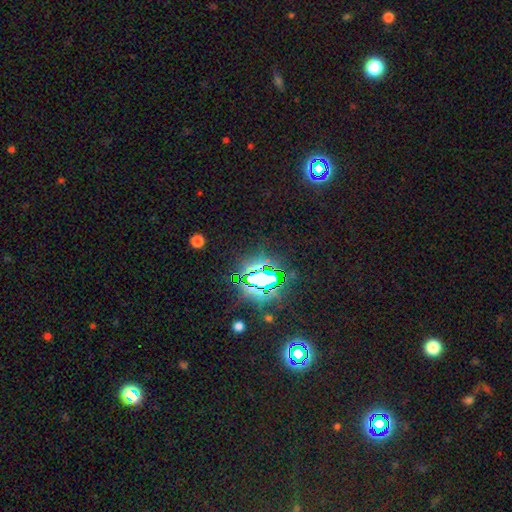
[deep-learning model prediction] Smooth or featured? Predicted: star or artifact (p=0.80).